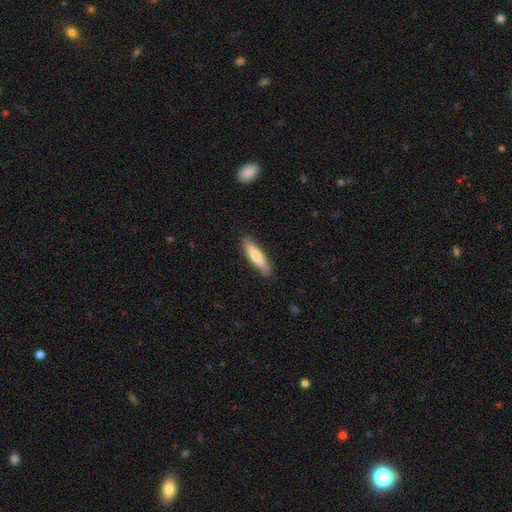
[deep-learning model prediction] This is likely a smooth galaxy (72%). How rounded: likely cigar-shaped (79%). Merging: clearly none (89%).